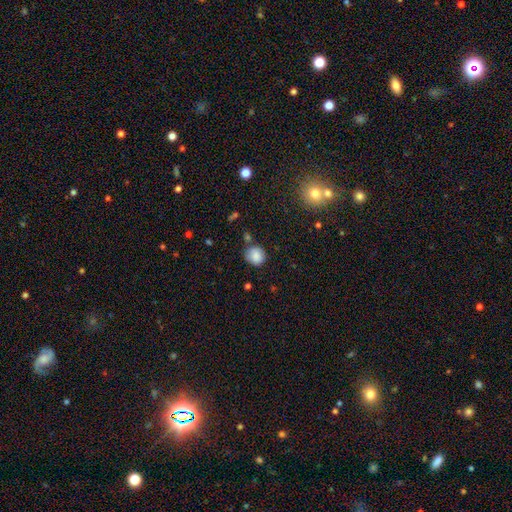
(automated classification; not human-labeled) This is clearly a smooth galaxy (86%). How rounded: clearly round (85%). Merging: likely none (73%).